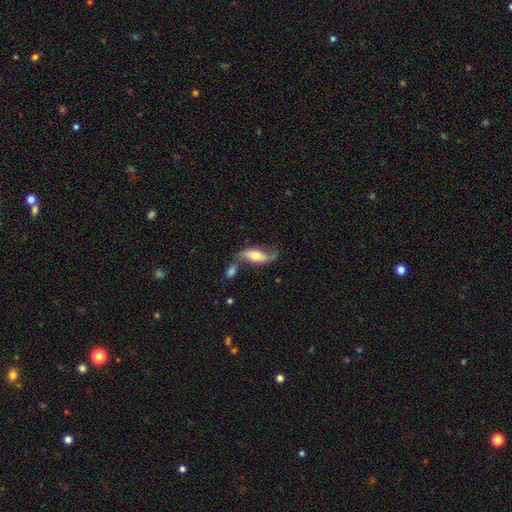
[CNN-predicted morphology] type=featured or disk (54%); edge-on=no (77%); merging=none (42%).